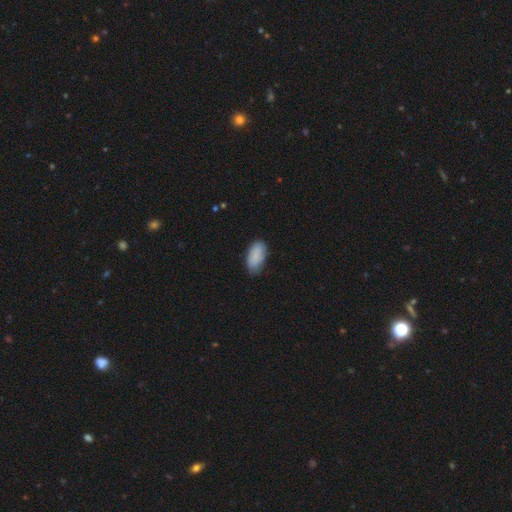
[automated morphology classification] The model was most divided on "merging": none: 73%, minor disturbance: 22%, major disturbance: 4%, merger: 1%. More confident: how rounded — in between (94%); smooth or featured — smooth (85%).